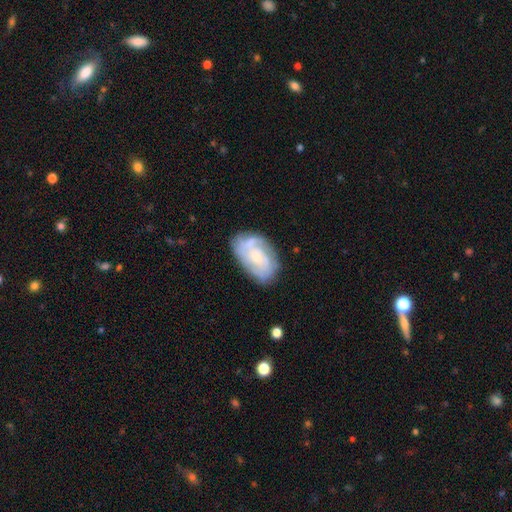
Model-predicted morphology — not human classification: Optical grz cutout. It shows a featured or disk galaxy (67%) with no bar (72%), tight (53%) spiral arms (79%) and a small central bulge (58%). Merging: none (67%).